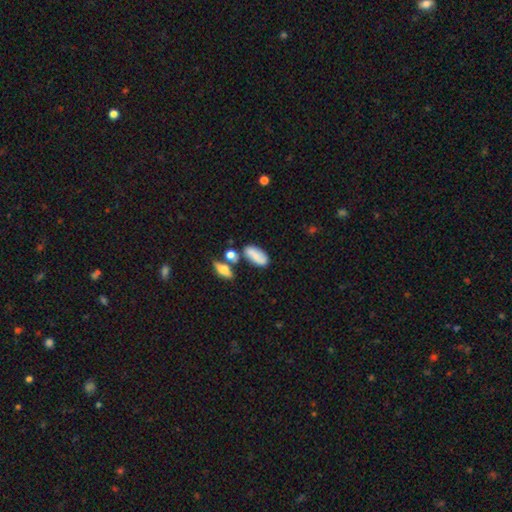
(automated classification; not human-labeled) smooth_or_featured: smooth (p=0.64) [alt: featured or disk p=0.27]
how_rounded: in between (p=0.86) [alt: cigar-shaped p=0.09]
merging: none (p=0.62) [alt: minor disturbance p=0.18]